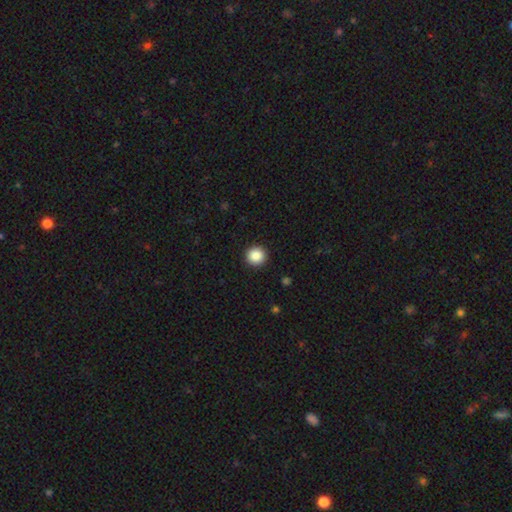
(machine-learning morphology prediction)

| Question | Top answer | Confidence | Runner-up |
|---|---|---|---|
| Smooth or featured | smooth | 87% | star or artifact (9%) |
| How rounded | round | 95% | in between (4%) |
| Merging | none | 93% | minor disturbance (5%) |